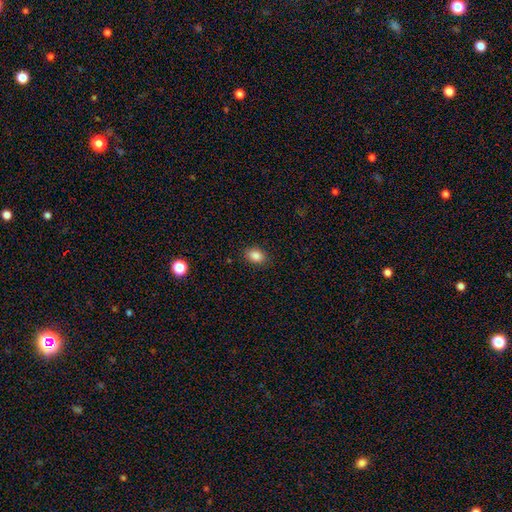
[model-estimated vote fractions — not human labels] This is clearly a smooth galaxy (86%). How rounded: likely in between (74%). Merging: clearly none (88%).